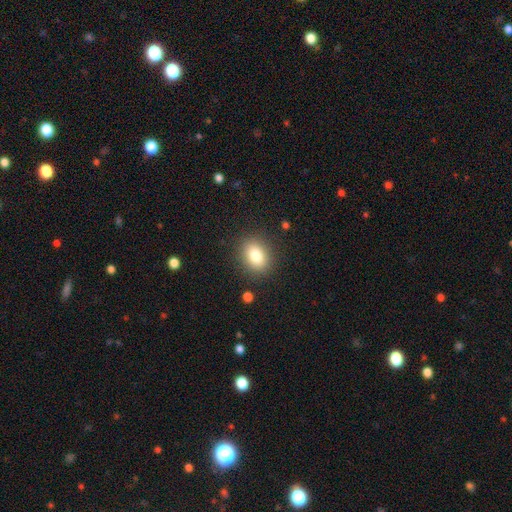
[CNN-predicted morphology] smooth-or-featured: smooth: 81% | star or artifact: 10% | featured or disk: 9%
  how-rounded: in between: 59% | round: 40% | cigar-shaped: 1%
  merging: none: 87% | minor disturbance: 8% | major disturbance: 3% | merger: 1%